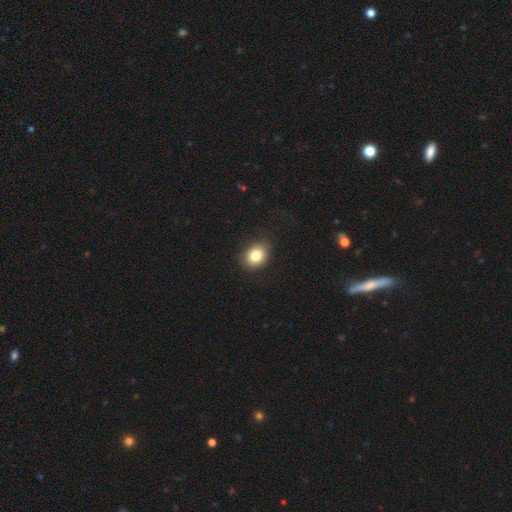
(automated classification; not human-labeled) smooth 81%, star or artifact 10%, featured or disk 9%. Down the decision tree: how rounded — round (54%); merging — none (83%).